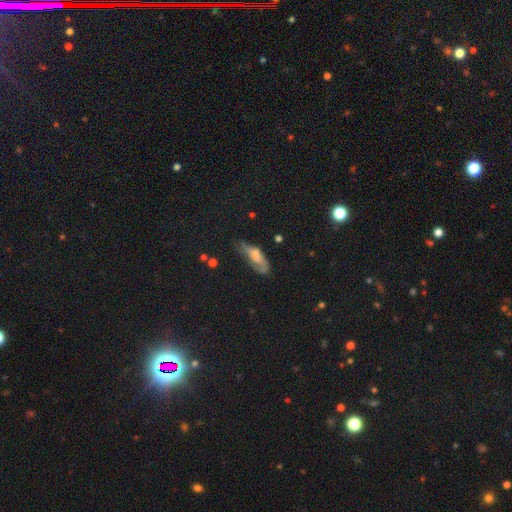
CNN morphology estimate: smooth-or-featured: smooth: 51% | featured or disk: 36% | star or artifact: 14%
  how-rounded: in between: 63% | cigar-shaped: 33% | round: 4%
  merging: none: 37% | minor disturbance: 31% | major disturbance: 28% | merger: 4%